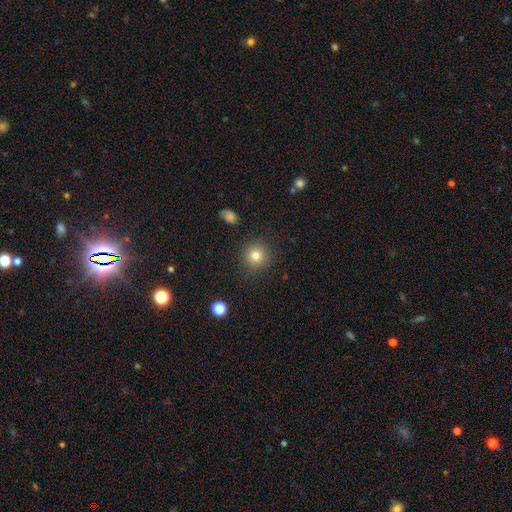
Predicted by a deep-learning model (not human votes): smooth 80%, star or artifact 13%, featured or disk 8%. Down the decision tree: how rounded — round (93%); merging — none (88%).